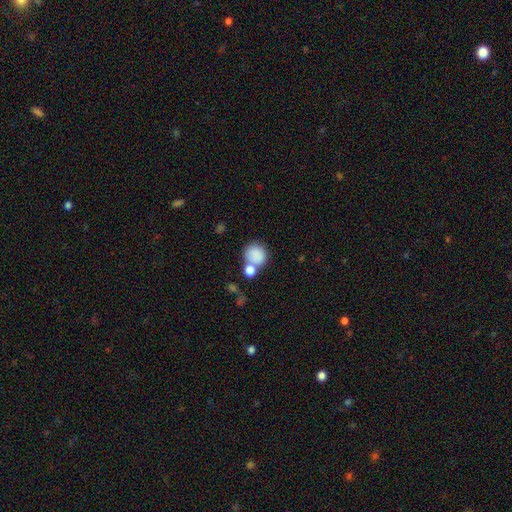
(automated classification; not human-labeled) Smooth or featured?
  - smooth: 84% *
  - star or artifact: 9%
  - featured or disk: 7%
How rounded?
  - round: 80% *
  - in between: 19%
  - cigar-shaped: 1%
Merging?
  - none: 50% *
  - merger: 31%
  - minor disturbance: 12%
  - major disturbance: 6%